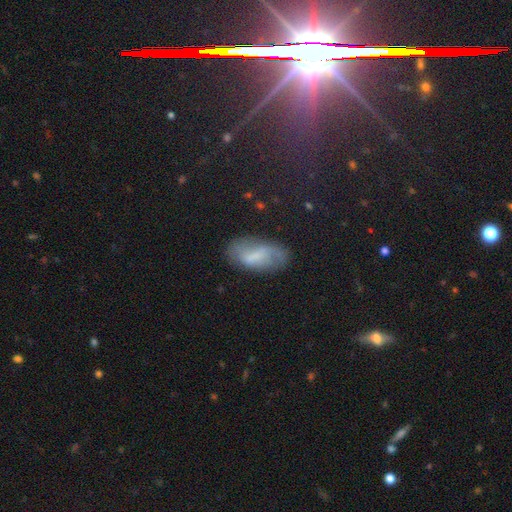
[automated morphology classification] A smooth galaxy with no disk features (51%) that is in between round and cigar-shaped (88%).

Vote fractions:
- Smooth or featured? smooth: 51% / featured or disk: 39% / star or artifact: 10%
- How rounded? in between: 88% / cigar-shaped: 9% / round: 3%
- Merging? none: 65% / minor disturbance: 23% / major disturbance: 9% / merger: 3%